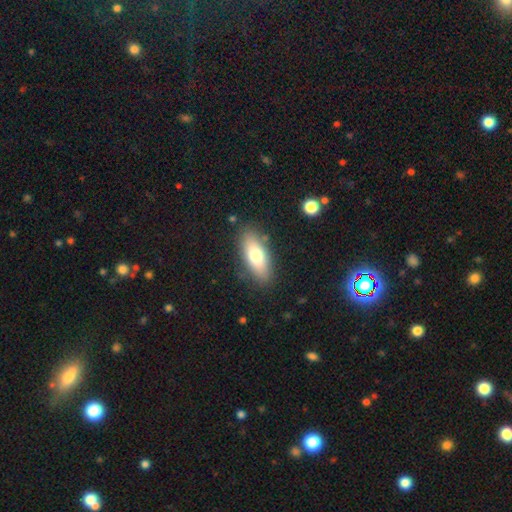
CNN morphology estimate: A smooth galaxy with no disk features (73%) that is in between round and cigar-shaped (77%).

Vote fractions:
- Smooth or featured? smooth: 73% / featured or disk: 20% / star or artifact: 7%
- How rounded? in between: 77% / cigar-shaped: 20% / round: 3%
- Merging? none: 83% / minor disturbance: 12% / major disturbance: 3% / merger: 2%